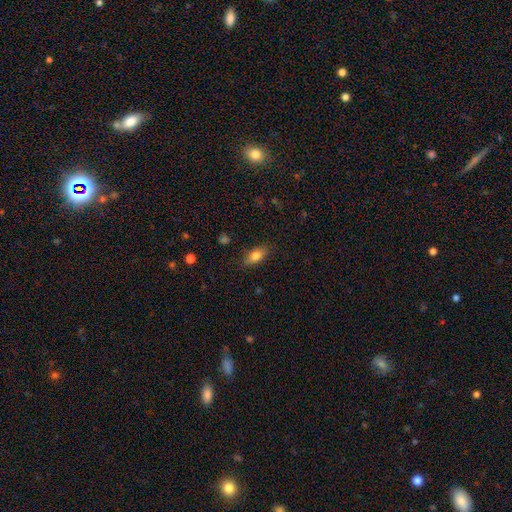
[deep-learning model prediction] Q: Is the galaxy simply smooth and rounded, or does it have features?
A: smooth — 78%.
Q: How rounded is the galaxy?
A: in between — 82%.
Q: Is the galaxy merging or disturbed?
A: none — 82%.